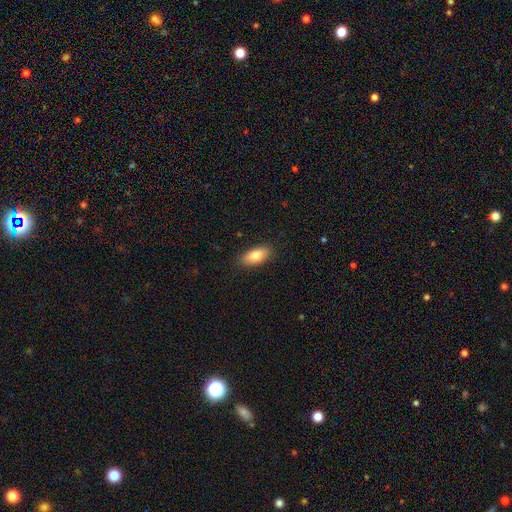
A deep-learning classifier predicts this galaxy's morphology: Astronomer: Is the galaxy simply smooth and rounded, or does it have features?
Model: smooth — 83%.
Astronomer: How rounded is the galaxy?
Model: in between — 87%.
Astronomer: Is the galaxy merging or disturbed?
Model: none — 87%.